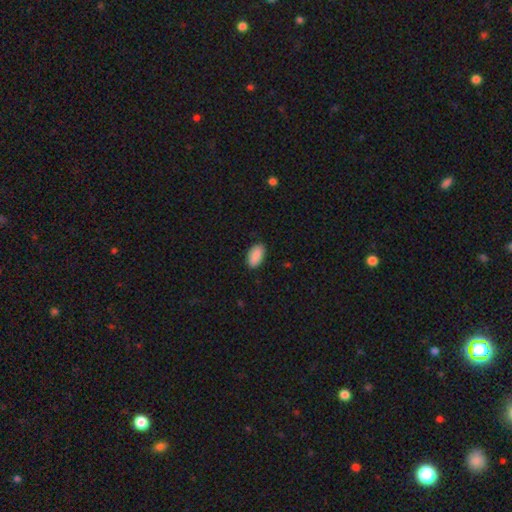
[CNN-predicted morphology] Smooth or featured: smooth — 90% (star or artifact — 6%)
How rounded: in between — 94% (cigar-shaped — 3%)
Merging: none — 87% (minor disturbance — 10%)